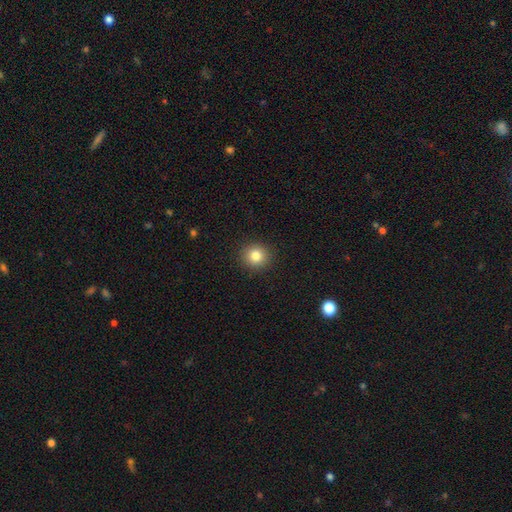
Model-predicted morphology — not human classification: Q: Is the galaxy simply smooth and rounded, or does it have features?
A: smooth — 82%.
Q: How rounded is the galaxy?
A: round — 92%.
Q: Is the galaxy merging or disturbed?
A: none — 92%.